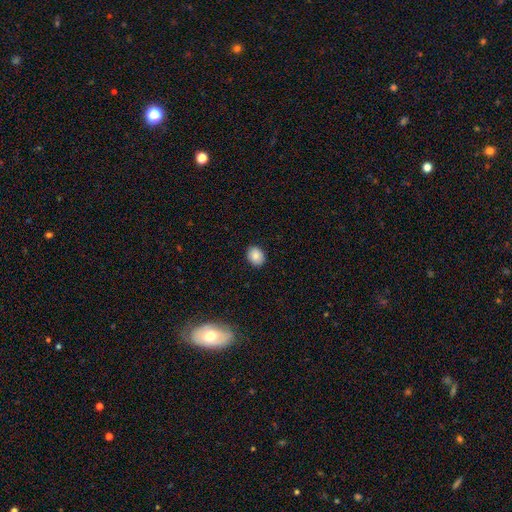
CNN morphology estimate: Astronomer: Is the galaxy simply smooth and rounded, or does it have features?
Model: smooth — 86%.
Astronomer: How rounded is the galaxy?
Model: in between — 50% (runner-up: round, 49%).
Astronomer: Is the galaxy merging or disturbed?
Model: none — 90%.